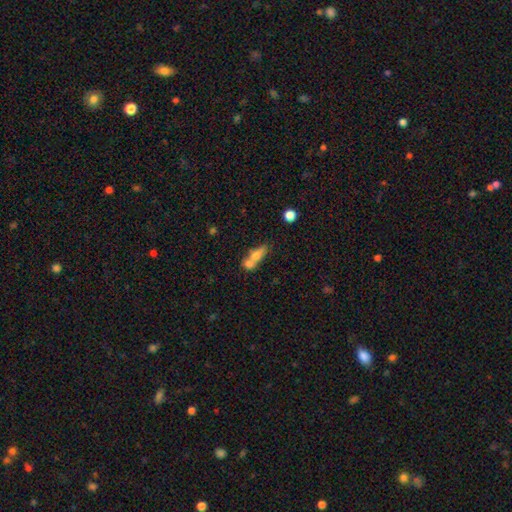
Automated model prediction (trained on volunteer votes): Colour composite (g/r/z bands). It shows a smooth galaxy with no disk features (65%) that is in between round and cigar-shaped (60%). Merging: merger (63%).